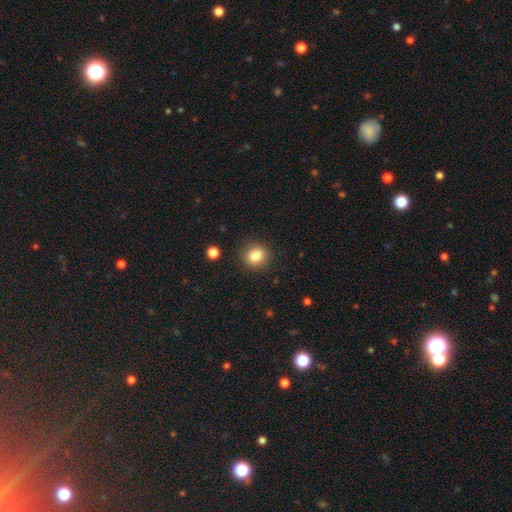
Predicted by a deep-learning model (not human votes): Smooth or featured: smooth — 84% (star or artifact — 10%)
How rounded: round — 74% (in between — 25%)
Merging: none — 88% (minor disturbance — 8%)